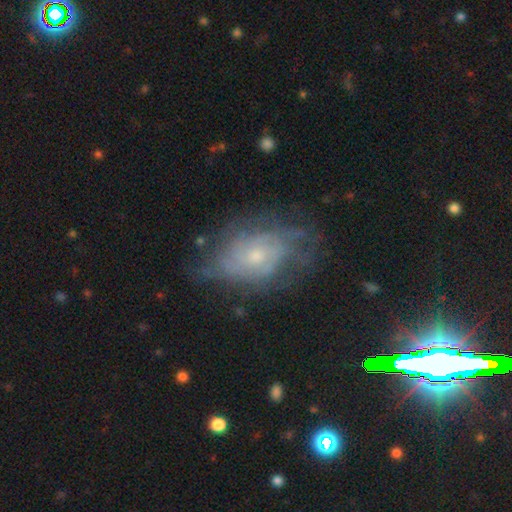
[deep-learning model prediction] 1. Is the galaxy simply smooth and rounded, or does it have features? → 70% featured or disk, 17% smooth, 13% star or artifact.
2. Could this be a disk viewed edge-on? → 95% no, 5% yes.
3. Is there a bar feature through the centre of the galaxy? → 77% no, 20% weak, 3% strong.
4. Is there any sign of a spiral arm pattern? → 82% yes, 18% no.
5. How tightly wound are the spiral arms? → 53% tight, 33% medium, 14% loose.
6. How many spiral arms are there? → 58% can't tell, 15% 2, 10% 3, 7% 4, 5% more than 4, 5% 1.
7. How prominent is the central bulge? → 57% small, 37% moderate, 3% none, 2% large, 1% dominant.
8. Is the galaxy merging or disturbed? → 61% none, 23% minor disturbance, 14% major disturbance, 2% merger.